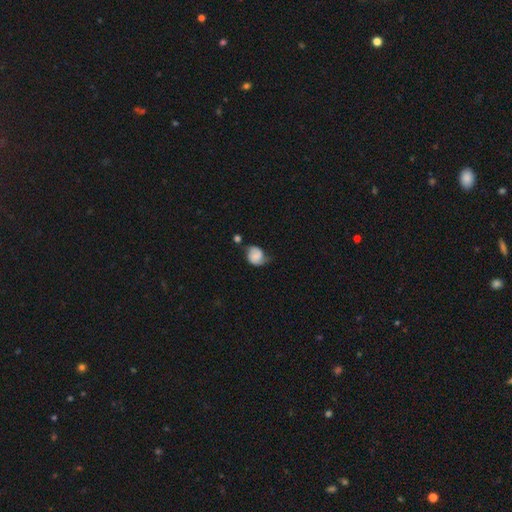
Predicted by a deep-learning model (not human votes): Smooth or featured? Predicted: smooth (p=0.51). How rounded? Predicted: round (p=0.57). Merging? Predicted: none (p=0.38).